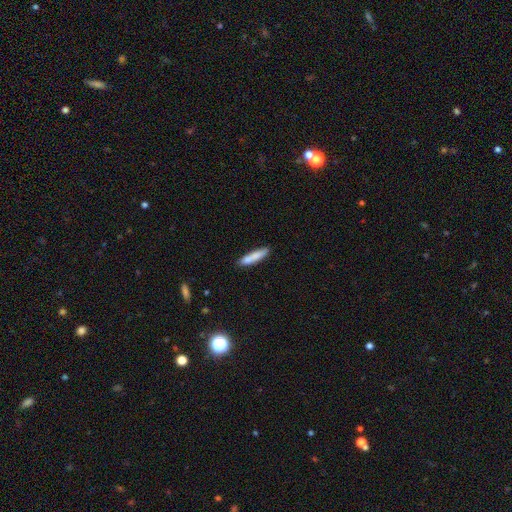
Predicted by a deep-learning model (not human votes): smooth-or-featured: smooth: 79% | featured or disk: 14% | star or artifact: 7%
  how-rounded: cigar-shaped: 89% | in between: 9% | round: 1%
  merging: none: 83% | minor disturbance: 11% | merger: 3% | major disturbance: 2%